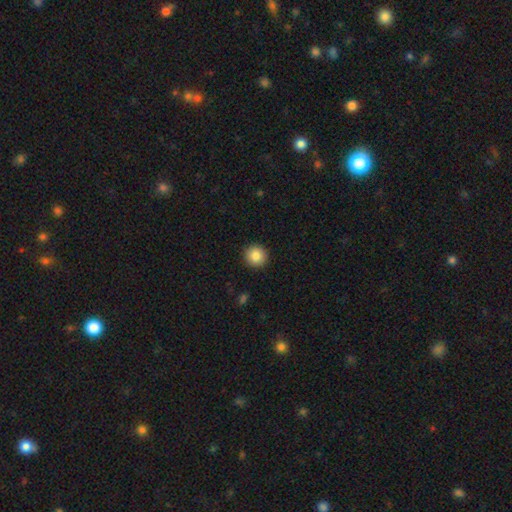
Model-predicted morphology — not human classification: This appears to be a smooth galaxy with no disk features (86%) that is round (95%). Merging: none (93%).